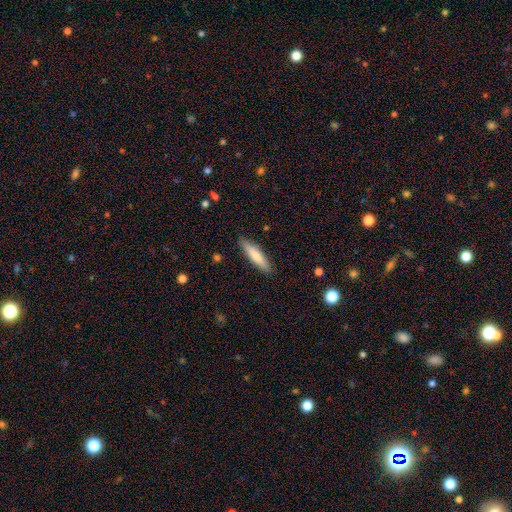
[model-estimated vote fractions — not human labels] smooth 79%, featured or disk 16%, star or artifact 5%. Down the decision tree: how rounded — cigar-shaped (81%); merging — none (88%).